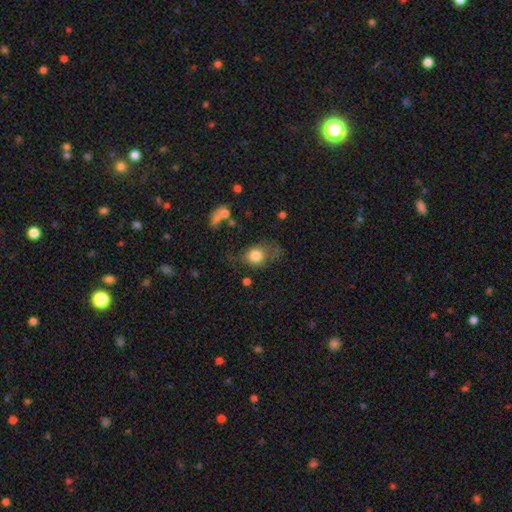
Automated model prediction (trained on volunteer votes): Overall: smooth (77%). How rounded: round (53%; in between 46%). Merging: none (44%; minor disturbance 28%).